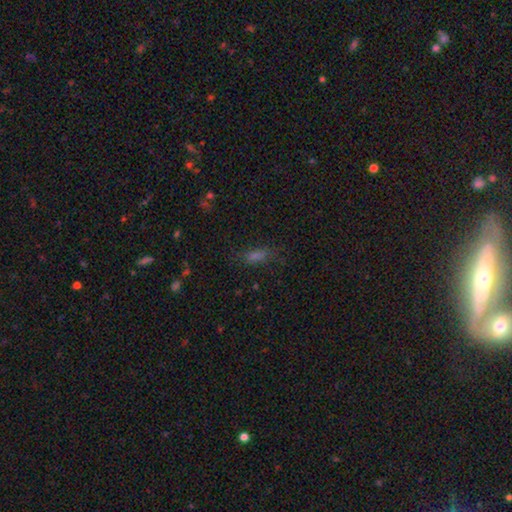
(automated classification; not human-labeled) This is possibly a smooth galaxy (57%). How rounded: likely in between (60%). Merging: likely none (71%).